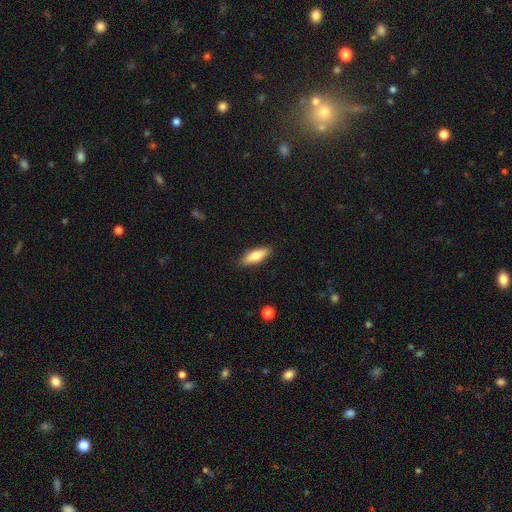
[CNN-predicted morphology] This is likely a smooth galaxy (74%). How rounded: possibly in between (55%). Merging: clearly none (88%).